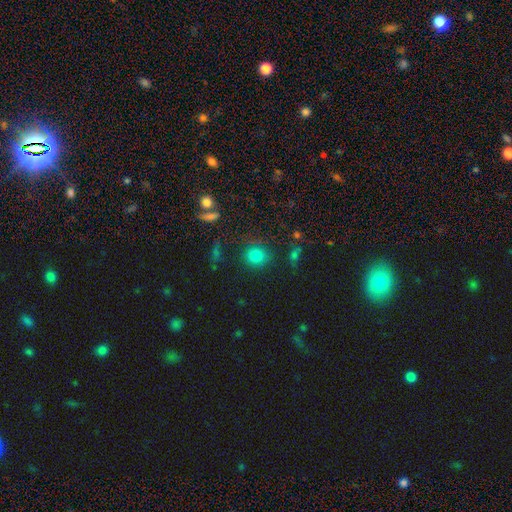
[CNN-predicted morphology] Overall: smooth (79%). How rounded: round (84%). Merging: none (82%).